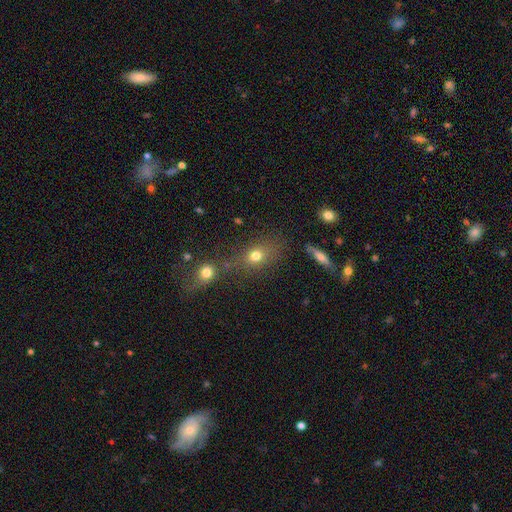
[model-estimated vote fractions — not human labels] Smooth or featured? Predicted: smooth (p=0.71). How rounded? Predicted: in between (p=0.49). Merging? Predicted: none (p=0.59).